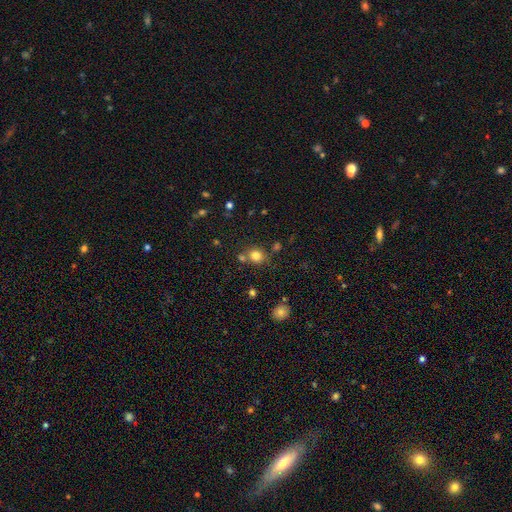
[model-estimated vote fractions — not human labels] smooth 80%, star or artifact 14%, featured or disk 7%. Down the decision tree: how rounded — round (79%); merging — none (68%).